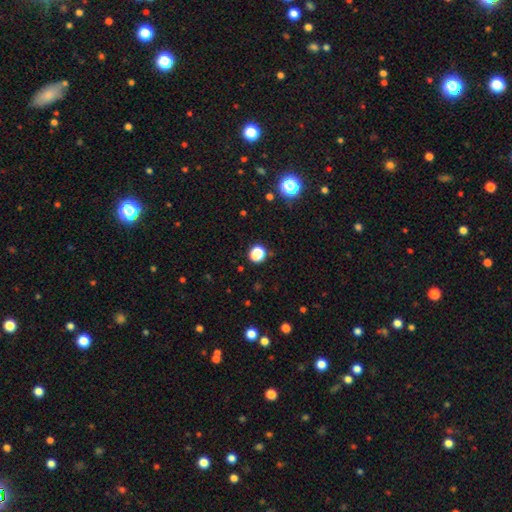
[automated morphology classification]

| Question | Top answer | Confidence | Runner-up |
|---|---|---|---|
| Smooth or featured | smooth | 64% | star or artifact (30%) |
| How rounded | round | 83% | in between (15%) |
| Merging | none | 84% | minor disturbance (9%) |